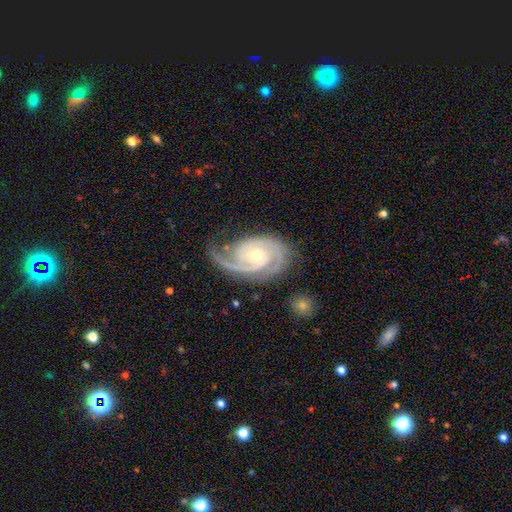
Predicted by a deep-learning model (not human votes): Overall: featured or disk (92%). Edge-on disk: no (97%). Bar: no (68%). Spiral arms: yes (98%). Spiral arm count: 2 (62%; 3 22%). Spiral winding: tight (58%; medium 37%). Bulge size: small (65%; moderate 32%). Merging: none (68%).